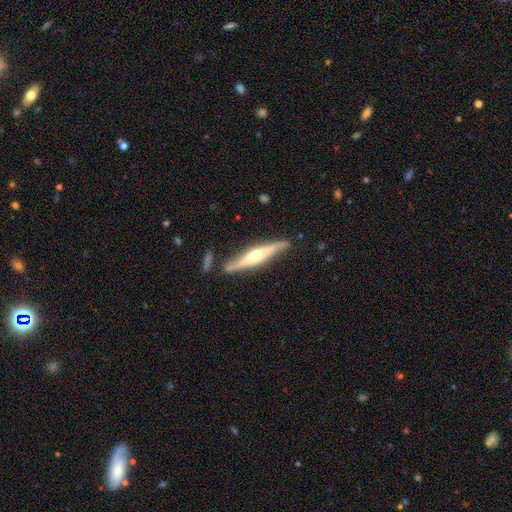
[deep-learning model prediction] featured or disk 70%, smooth 25%, star or artifact 5%. Down the decision tree: edge-on disk — yes (94%); edge-on bulge — rounded (84%); merging — none (78%).